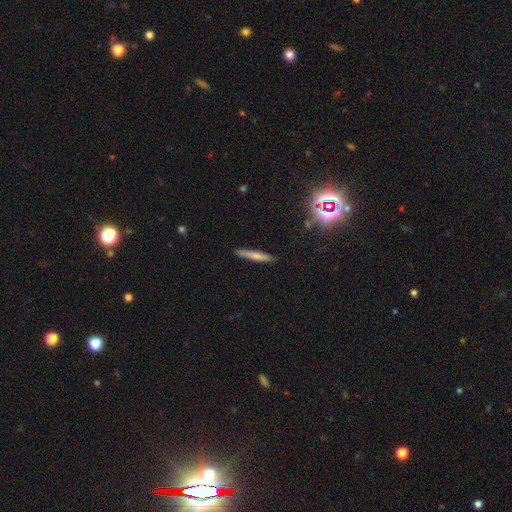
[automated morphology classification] This appears to be a smooth galaxy with no disk features (66%) that is cigar-shaped (94%). Merging: none (89%).